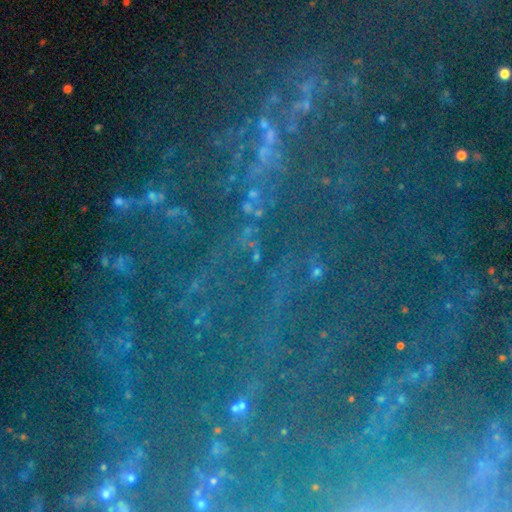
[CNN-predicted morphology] smooth_or_featured: star or artifact (p=0.83) [alt: smooth p=0.09]